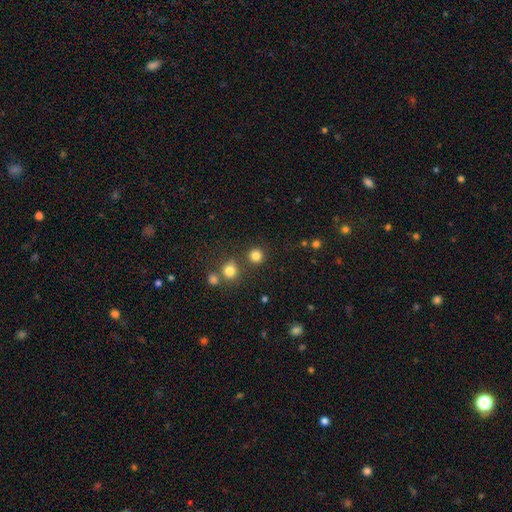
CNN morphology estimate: smooth_or_featured: smooth (p=0.81) [alt: star or artifact p=0.14]
how_rounded: round (p=0.93) [alt: in between p=0.06]
merging: none (p=0.82) [alt: merger p=0.08]